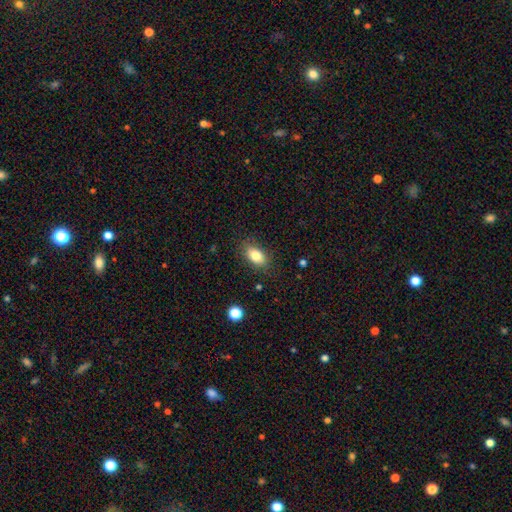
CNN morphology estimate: Smooth or featured: smooth — 82% (featured or disk — 10%)
How rounded: in between — 89% (round — 9%)
Merging: none — 84% (minor disturbance — 12%)